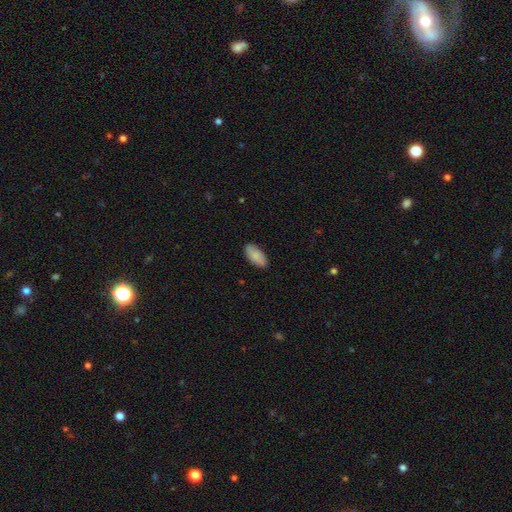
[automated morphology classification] Smooth or featured? smooth (83%)
How rounded? in between (92%)
Merging? none (83%)